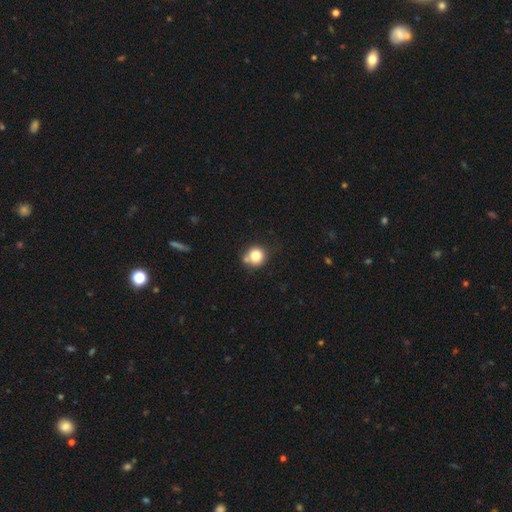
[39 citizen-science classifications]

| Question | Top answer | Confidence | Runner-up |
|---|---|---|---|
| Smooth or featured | smooth | 92% | featured or disk (5%) |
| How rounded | round | 89% | in between (11%) |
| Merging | none | 53% | minor disturbance (21%) |